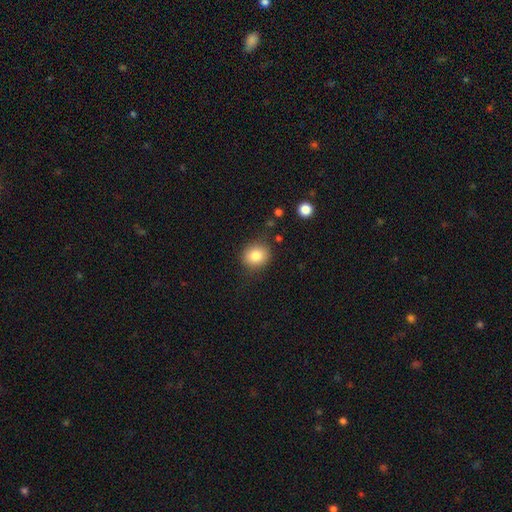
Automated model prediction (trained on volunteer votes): Smooth or featured? smooth (82%)
How rounded? round (76%)
Merging? none (83%)